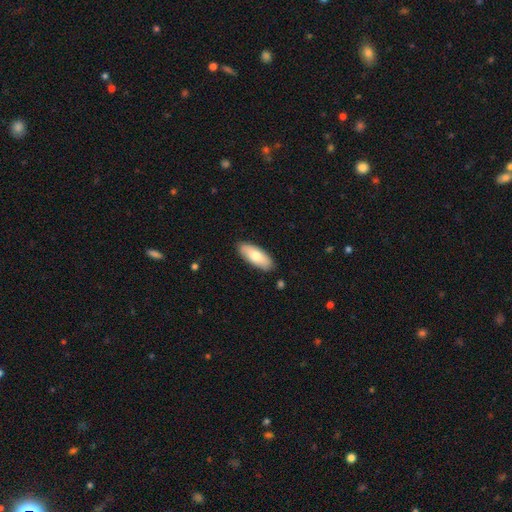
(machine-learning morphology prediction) Smooth or featured: smooth — 75% (featured or disk — 20%)
How rounded: in between — 78% (cigar-shaped — 20%)
Merging: none — 88% (minor disturbance — 9%)